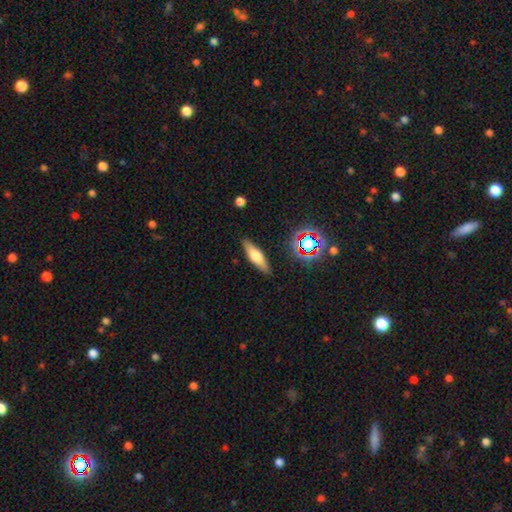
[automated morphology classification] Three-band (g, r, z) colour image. It shows a smooth galaxy with no disk features (52%) that is cigar-shaped (59%). Merging: none (87%).